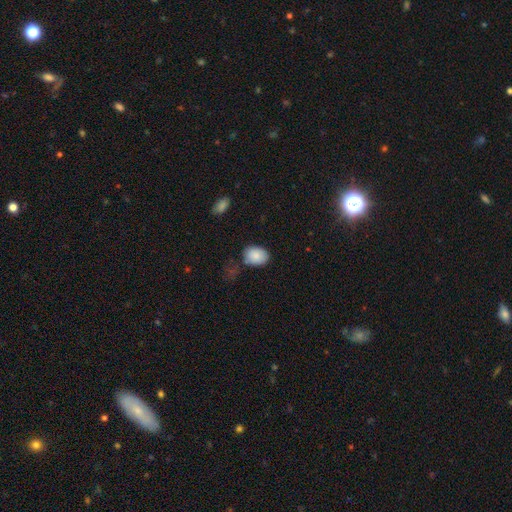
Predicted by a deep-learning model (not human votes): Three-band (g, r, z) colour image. It shows a smooth galaxy with no disk features (87%) that is in between round and cigar-shaped (73%). Merging: none (68%).